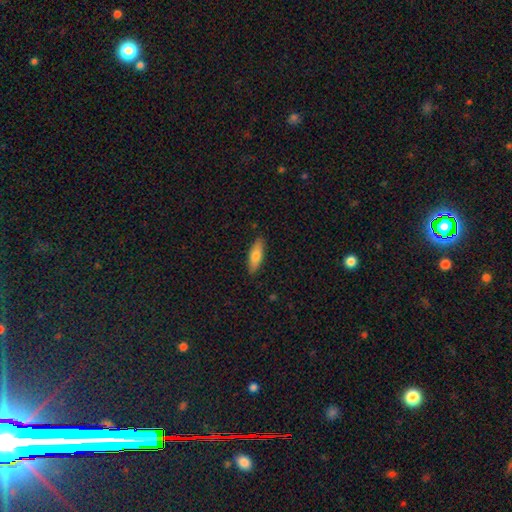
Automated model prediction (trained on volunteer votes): The model was most divided on "how rounded": in between: 57%, cigar-shaped: 41%, round: 2%. More confident: merging — none (87%); smooth or featured — smooth (73%).